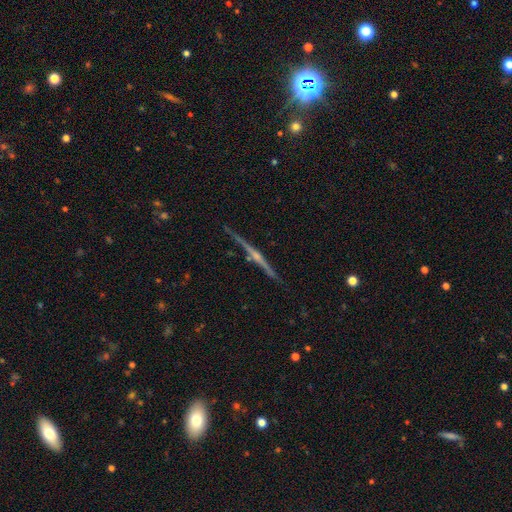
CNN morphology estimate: smooth_or_featured: featured or disk (p=0.70) [alt: star or artifact p=0.16]
disk_edge_on: yes (p=0.94) [alt: no p=0.06]
edge_on_bulge: rounded (p=0.76) [alt: none p=0.15]
merging: none (p=0.85) [alt: minor disturbance p=0.09]